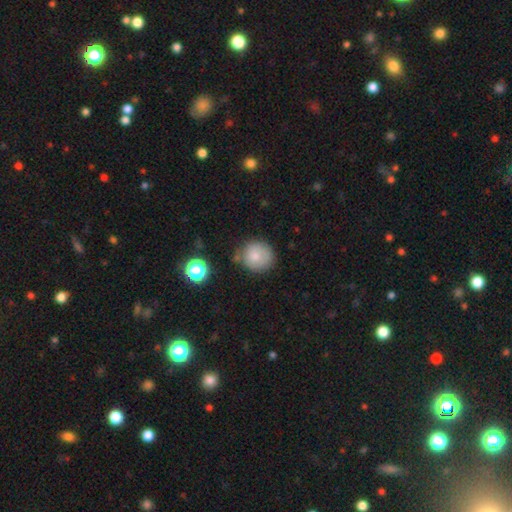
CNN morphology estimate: This is likely a smooth galaxy (79%). How rounded: clearly round (89%). Merging: likely none (70%).